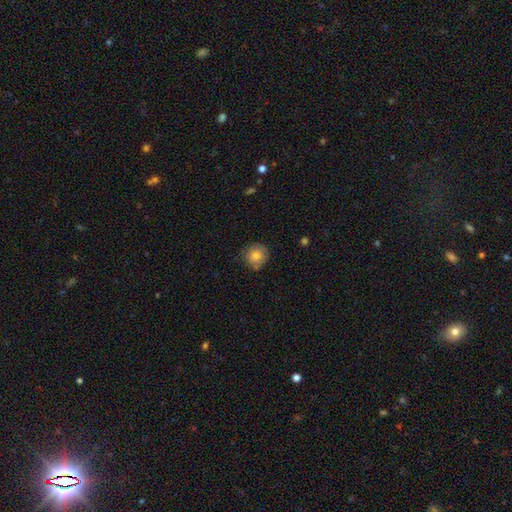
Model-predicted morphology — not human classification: Smooth or featured?
  - smooth: 80% *
  - featured or disk: 11%
  - star or artifact: 9%
How rounded?
  - round: 90% *
  - in between: 10%
  - cigar-shaped: 1%
Merging?
  - none: 75% *
  - minor disturbance: 19%
  - major disturbance: 3%
  - merger: 2%